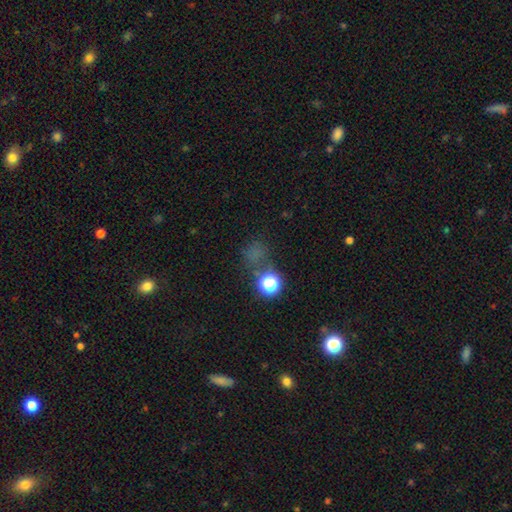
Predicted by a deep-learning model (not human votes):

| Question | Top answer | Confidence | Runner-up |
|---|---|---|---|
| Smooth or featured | smooth | 50% | star or artifact (42%) |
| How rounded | round | 81% | in between (17%) |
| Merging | none | 66% | minor disturbance (13%) |